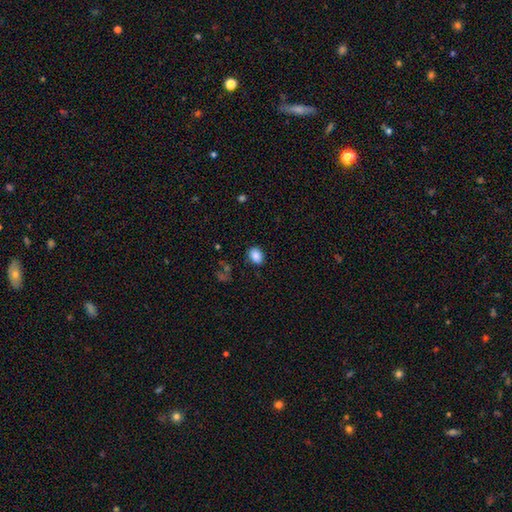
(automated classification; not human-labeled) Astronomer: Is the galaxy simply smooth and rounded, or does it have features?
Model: smooth — 87%.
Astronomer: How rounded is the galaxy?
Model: in between — 74%.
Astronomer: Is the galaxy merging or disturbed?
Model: none — 84%.